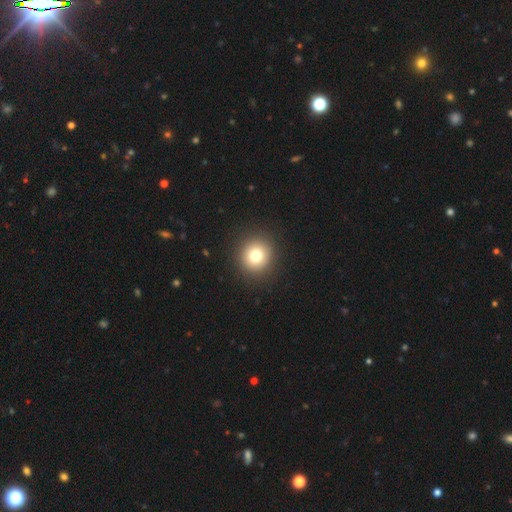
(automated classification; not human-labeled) smooth 77%, star or artifact 13%, featured or disk 11%. Down the decision tree: how rounded — round (92%); merging — none (91%).